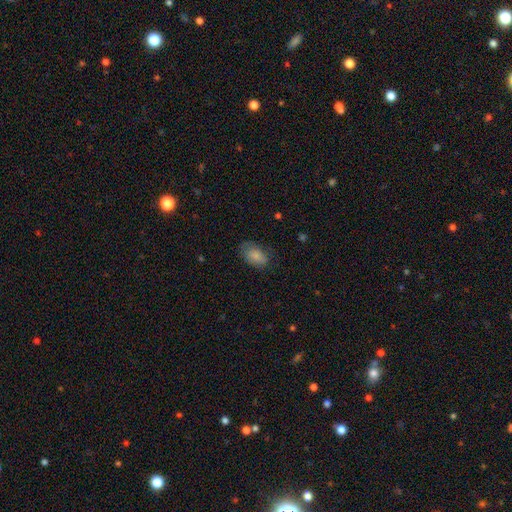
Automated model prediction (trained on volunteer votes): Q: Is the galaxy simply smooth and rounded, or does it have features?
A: smooth — 82%.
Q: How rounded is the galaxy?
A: in between — 91%.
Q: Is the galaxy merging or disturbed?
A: none — 67%.